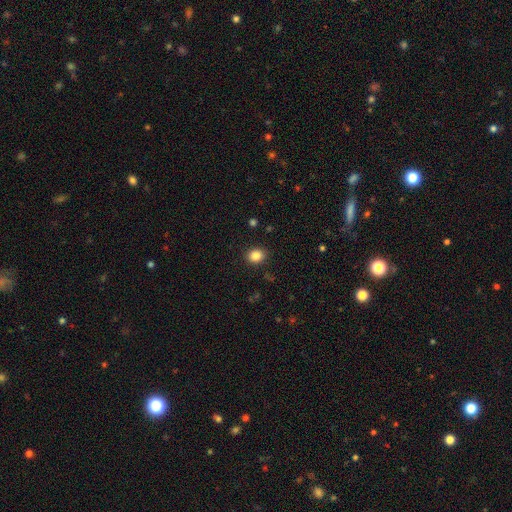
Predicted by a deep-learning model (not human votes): smooth 86%, star or artifact 10%, featured or disk 4%. Down the decision tree: how rounded — round (59%); merging — none (88%).